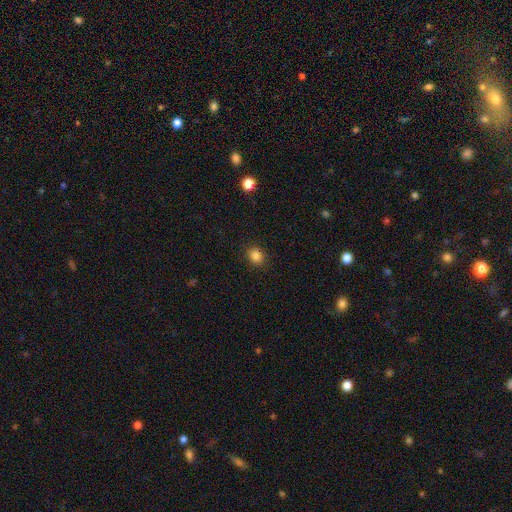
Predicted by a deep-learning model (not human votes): This is clearly a smooth galaxy (84%). How rounded: likely round (66%). Merging: clearly none (88%).